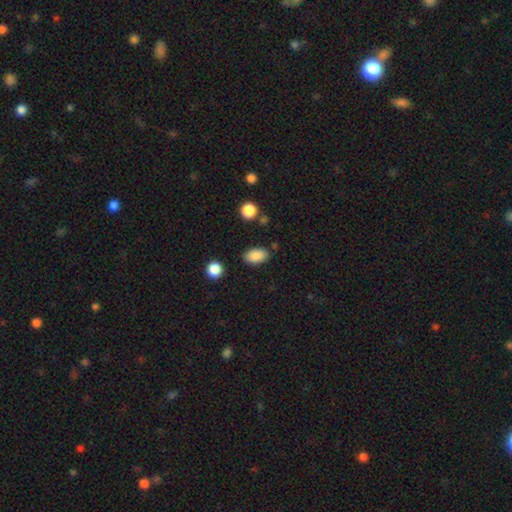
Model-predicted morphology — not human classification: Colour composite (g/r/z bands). It shows a smooth galaxy with no disk features (88%) that is in between round and cigar-shaped (90%). Merging: none (84%).